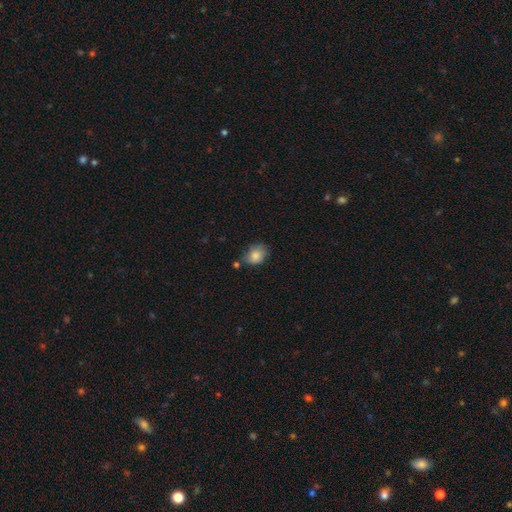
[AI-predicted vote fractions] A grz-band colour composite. It shows a smooth galaxy with no disk features (83%) that is in between round and cigar-shaped (63%). Merging: none (56%).